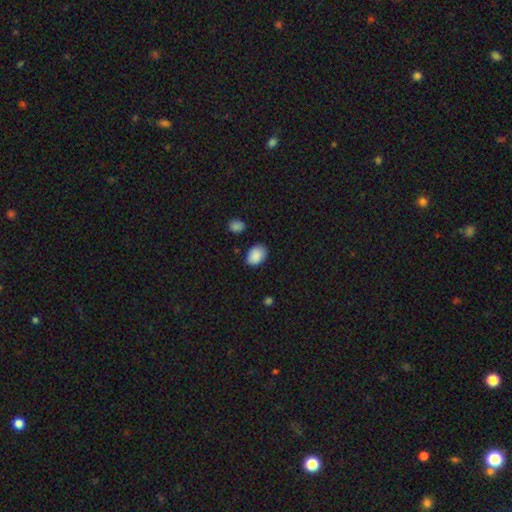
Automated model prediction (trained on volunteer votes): Overall: smooth (89%). How rounded: in between (80%). Merging: none (78%).